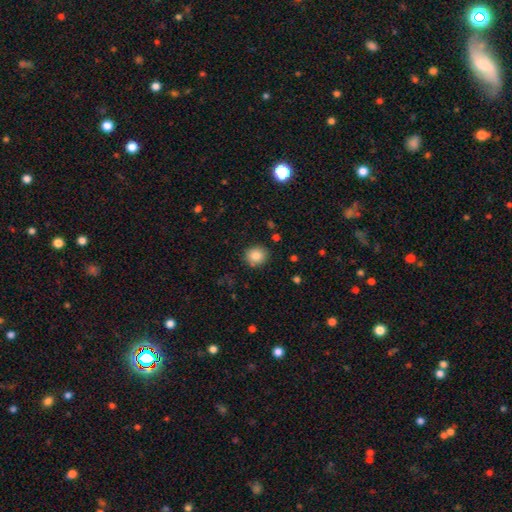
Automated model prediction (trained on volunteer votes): smooth_or_featured: smooth (p=0.85) [alt: star or artifact p=0.09]
how_rounded: round (p=0.84) [alt: in between p=0.15]
merging: none (p=0.88) [alt: minor disturbance p=0.08]